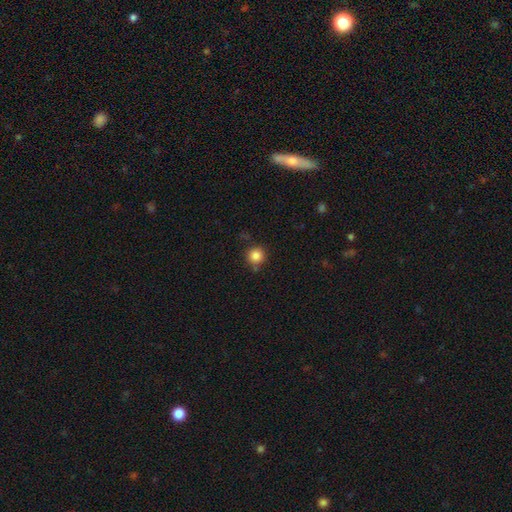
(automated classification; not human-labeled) Smooth or featured? Predicted: smooth (p=0.85). How rounded? Predicted: round (p=0.94). Merging? Predicted: none (p=0.82).